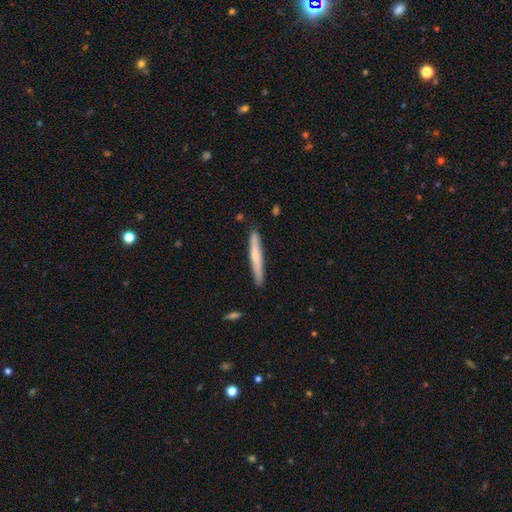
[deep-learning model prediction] smooth_or_featured: smooth (p=0.56) [alt: featured or disk p=0.38]
how_rounded: cigar-shaped (p=0.96) [alt: in between p=0.03]
merging: none (p=0.87) [alt: minor disturbance p=0.10]